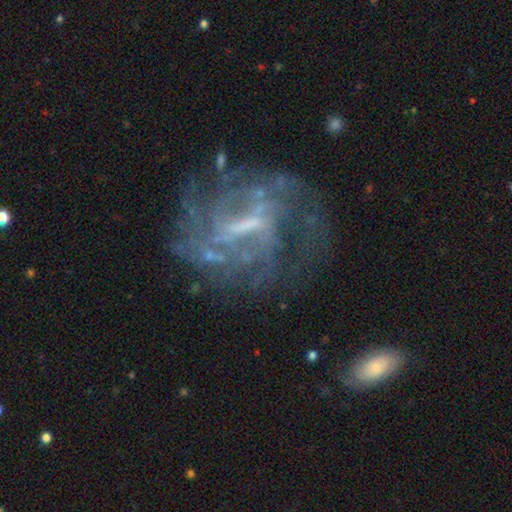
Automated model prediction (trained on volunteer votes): This appears to be a featured or disk galaxy (83%) with a weak bar (46%), tight (42%) spiral arms (84%) and a small central bulge (35%). Merging: none (58%).